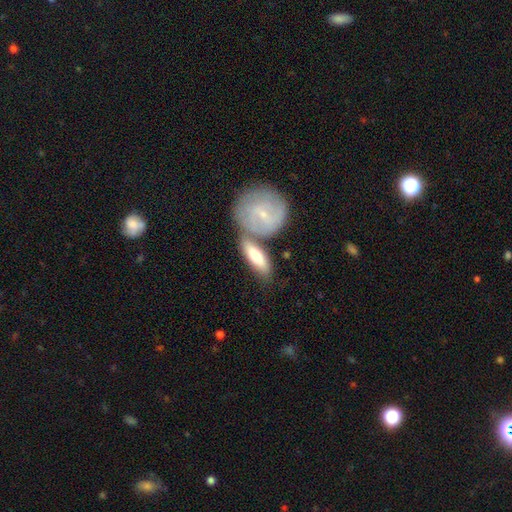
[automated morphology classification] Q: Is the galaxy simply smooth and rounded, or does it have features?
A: smooth — 62%.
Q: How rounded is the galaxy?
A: in between — 56%.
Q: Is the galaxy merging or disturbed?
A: none — 49%.